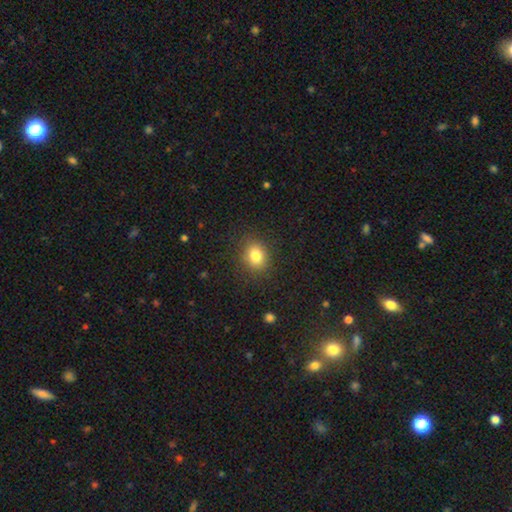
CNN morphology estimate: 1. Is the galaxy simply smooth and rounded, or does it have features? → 82% smooth, 11% star or artifact, 7% featured or disk.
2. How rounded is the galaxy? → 54% round, 45% in between, 1% cigar-shaped.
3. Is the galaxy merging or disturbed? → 86% none, 10% minor disturbance, 3% major disturbance, 1% merger.